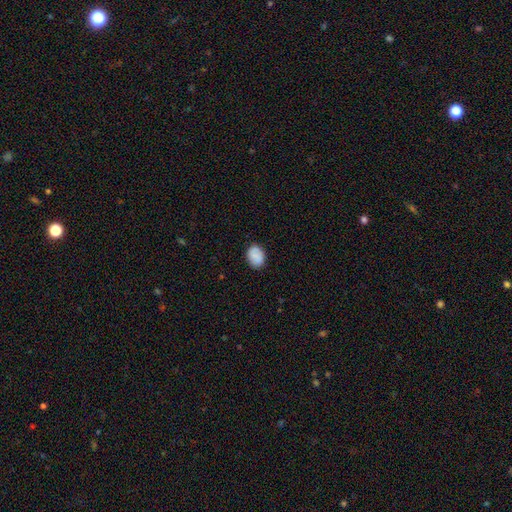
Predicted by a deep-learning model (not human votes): Smooth or featured? smooth (80%)
How rounded? in between (66%)
Merging? none (85%)